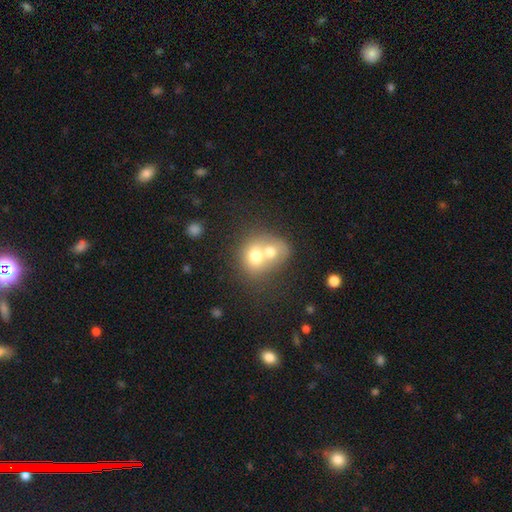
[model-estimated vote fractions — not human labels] The model was most divided on "how rounded": round: 64%, in between: 35%, cigar-shaped: 1%. More confident: merging — merger (74%); smooth or featured — smooth (65%).